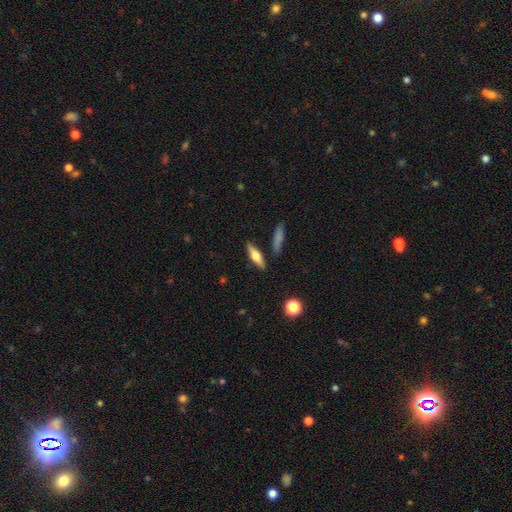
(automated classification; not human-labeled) Smooth or featured: featured or disk — 50% (smooth — 43%)
Edge-on disk: yes — 94% (no — 6%)
Merging: none — 83% (minor disturbance — 10%)